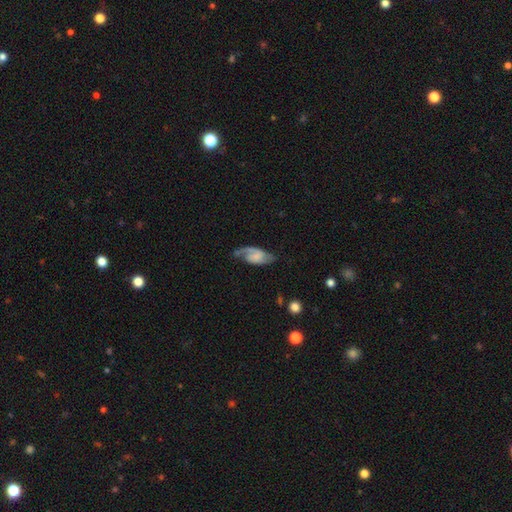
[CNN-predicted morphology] This is likely a featured or disk galaxy (71%). It is clearly not viewed edge-on (95%). Bar: possibly no (51%). Spiral arm pattern: clearly yes (92%). Spiral arm count: likely 2 (70%). Spiral winding: marginally medium (44%). Central bulge: possibly none (49%). Merging: possibly none (54%).